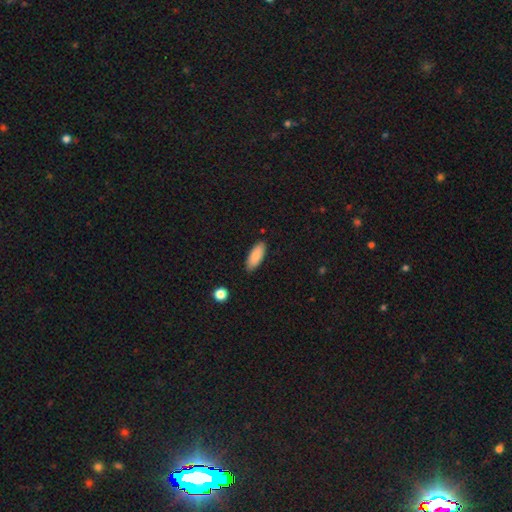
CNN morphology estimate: A smooth galaxy with no disk features (87%) that is in between round and cigar-shaped (79%). Merging: none (86%).